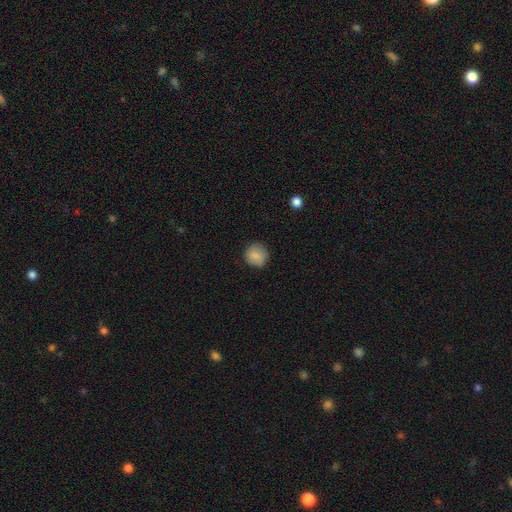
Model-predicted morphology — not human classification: Q: Smooth or featured?
A: smooth (84%); runner-up: star or artifact (8%)
Q: How rounded?
A: round (90%); runner-up: in between (9%)
Q: Merging?
A: none (85%); runner-up: minor disturbance (11%)